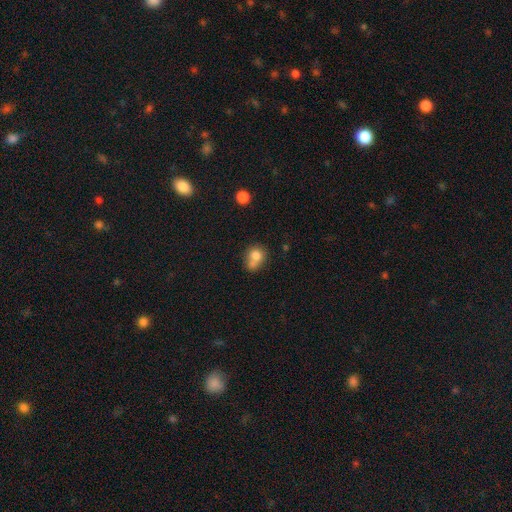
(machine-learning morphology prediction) type=smooth (77%); roundness=round (71%); merging=merger (47%).